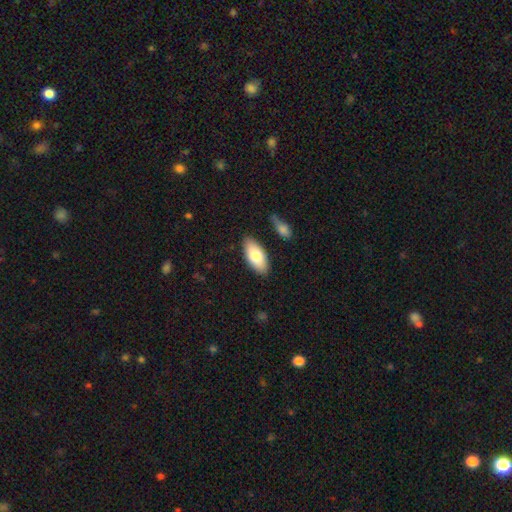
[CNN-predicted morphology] smooth 78%, featured or disk 16%, star or artifact 6%. Down the decision tree: how rounded — in between (90%); merging — none (84%).